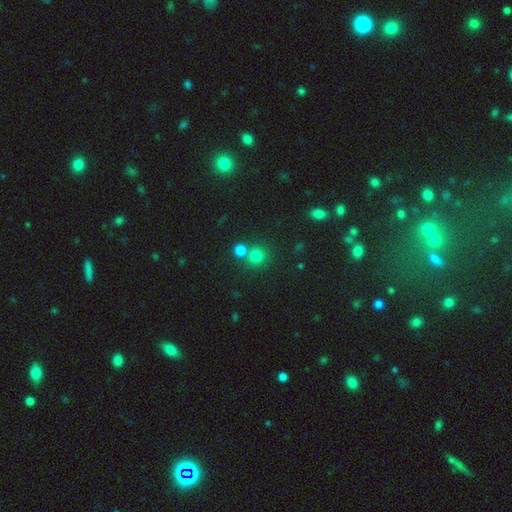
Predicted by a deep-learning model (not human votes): Smooth or featured? smooth (76%)
How rounded? round (89%)
Merging? none (61%)